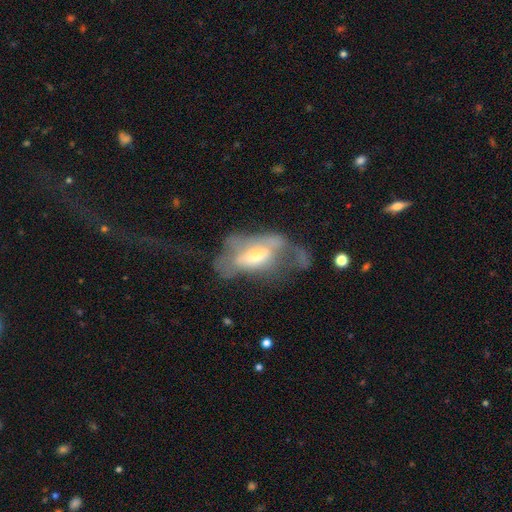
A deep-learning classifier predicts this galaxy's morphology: A featured or disk galaxy (52%). Merging: major disturbance (55%).